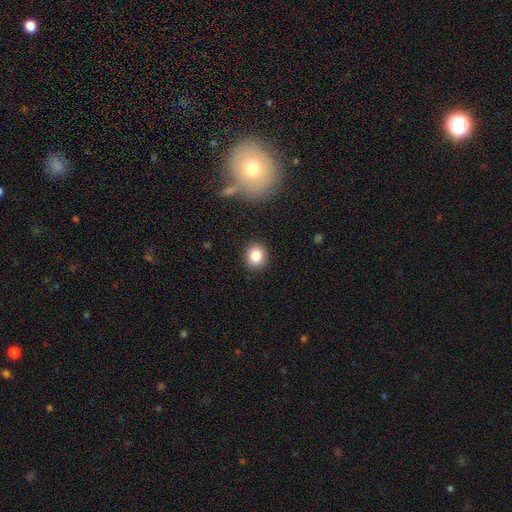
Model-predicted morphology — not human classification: A smooth galaxy with no disk features (86%) that is round (73%).

Vote fractions:
- Smooth or featured? smooth: 86% / star or artifact: 9% / featured or disk: 5%
- How rounded? round: 73% / in between: 26% / cigar-shaped: 1%
- Merging? none: 89% / minor disturbance: 7% / major disturbance: 2% / merger: 2%